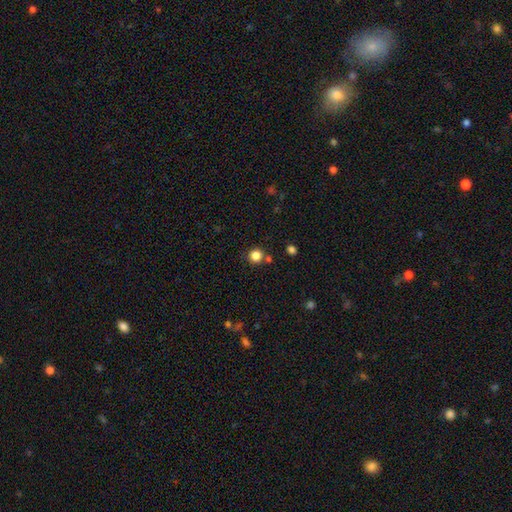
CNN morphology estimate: Smooth or featured? Predicted: smooth (p=0.83). How rounded? Predicted: round (p=0.93). Merging? Predicted: none (p=0.79).